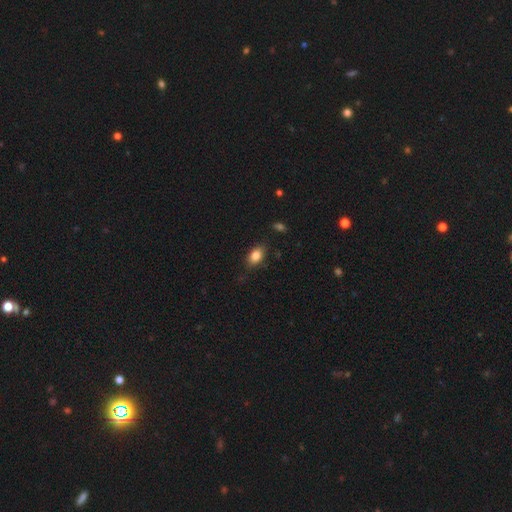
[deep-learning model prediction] This is clearly a smooth galaxy (83%). How rounded: clearly in between (85%). Merging: clearly none (80%).